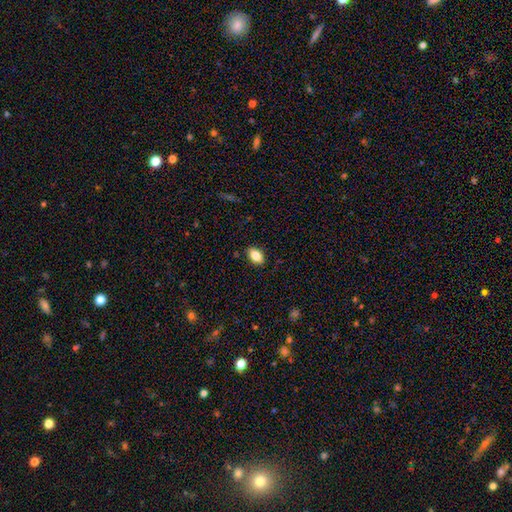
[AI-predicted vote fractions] Smooth or featured: smooth — 83% (featured or disk — 9%)
How rounded: in between — 90% (round — 8%)
Merging: none — 87% (minor disturbance — 10%)